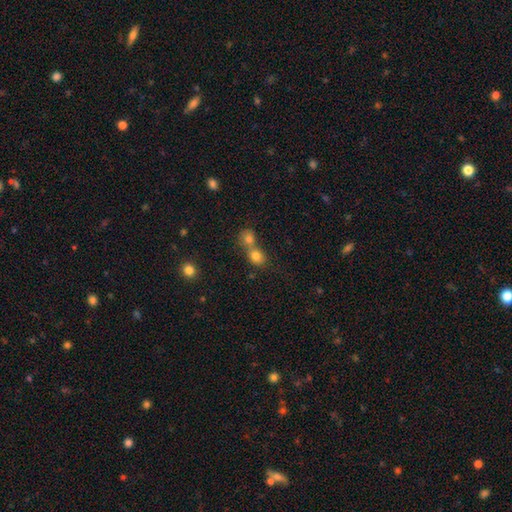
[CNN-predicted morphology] Smooth or featured?
  - smooth: 79% *
  - star or artifact: 12%
  - featured or disk: 9%
How rounded?
  - round: 64% *
  - in between: 35%
  - cigar-shaped: 1%
Merging?
  - merger: 59% *
  - none: 32%
  - minor disturbance: 6%
  - major disturbance: 3%